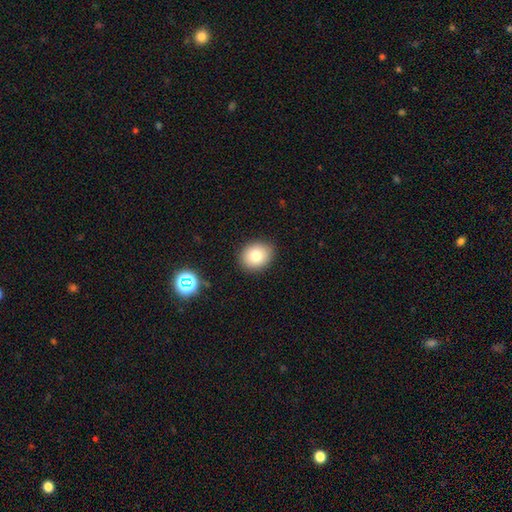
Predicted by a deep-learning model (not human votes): Smooth or featured: smooth — 79% (star or artifact — 11%)
How rounded: round — 62% (in between — 38%)
Merging: none — 88% (minor disturbance — 8%)